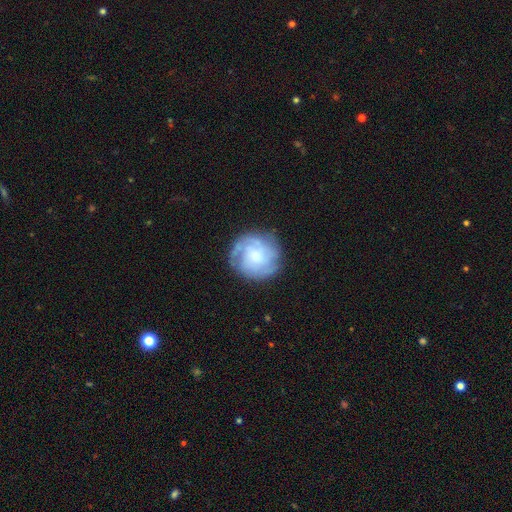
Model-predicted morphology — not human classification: Smooth or featured? Predicted: featured or disk (p=0.62). Edge-on disk? Predicted: no (p=0.98). Bar? Predicted: no (p=0.74). Spiral arms? Predicted: yes (p=0.84). Spiral winding? Predicted: tight (p=0.57). Spiral arm count? Predicted: can't tell (p=0.41). Bulge size? Predicted: moderate (p=0.28, tied with small). Merging? Predicted: none (p=0.73).